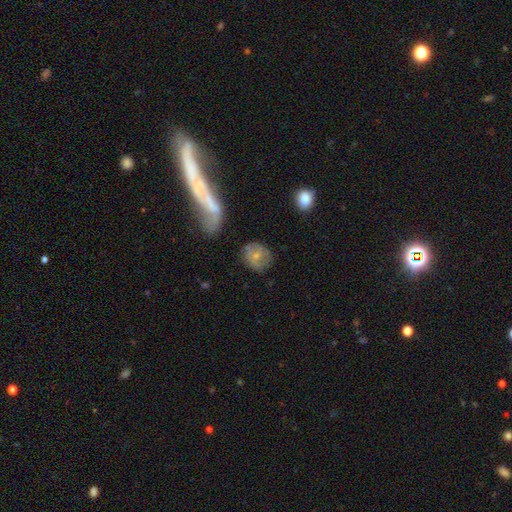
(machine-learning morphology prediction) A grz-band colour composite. It shows a smooth galaxy with no disk features (54%) that is round (69%). Merging: none (70%).